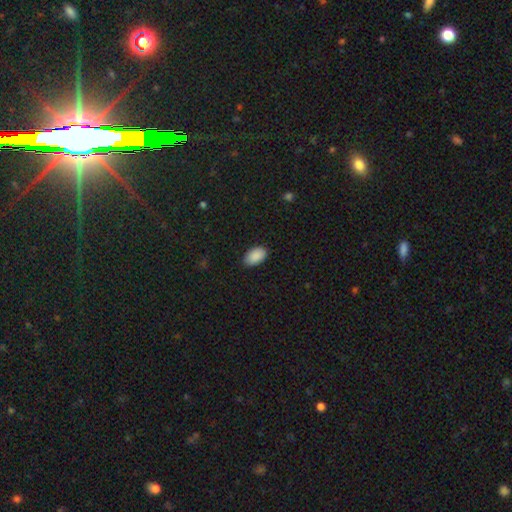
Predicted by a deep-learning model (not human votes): Smooth or featured?
  - smooth: 90% *
  - star or artifact: 7%
  - featured or disk: 3%
How rounded?
  - in between: 94% *
  - round: 5%
  - cigar-shaped: 1%
Merging?
  - none: 86% *
  - minor disturbance: 11%
  - major disturbance: 2%
  - merger: 1%